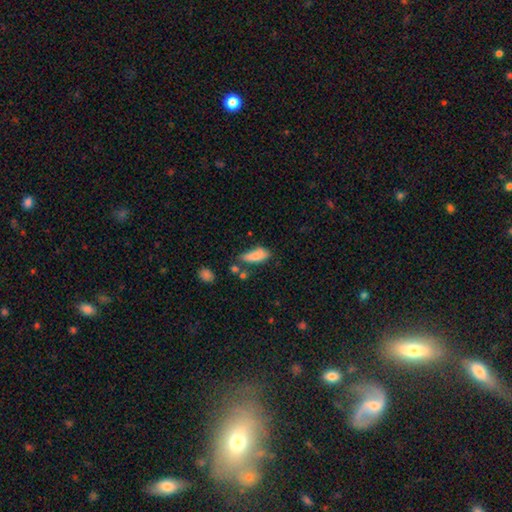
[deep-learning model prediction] Smooth or featured: smooth — 80% (featured or disk — 12%)
How rounded: in between — 72% (cigar-shaped — 26%)
Merging: none — 50% (minor disturbance — 30%)